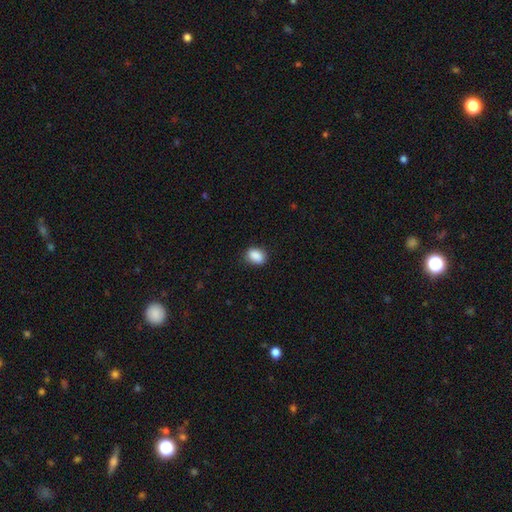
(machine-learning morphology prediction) Q: Smooth or featured?
A: smooth (89%); runner-up: star or artifact (8%)
Q: How rounded?
A: in between (72%); runner-up: round (26%)
Q: Merging?
A: none (84%); runner-up: minor disturbance (12%)